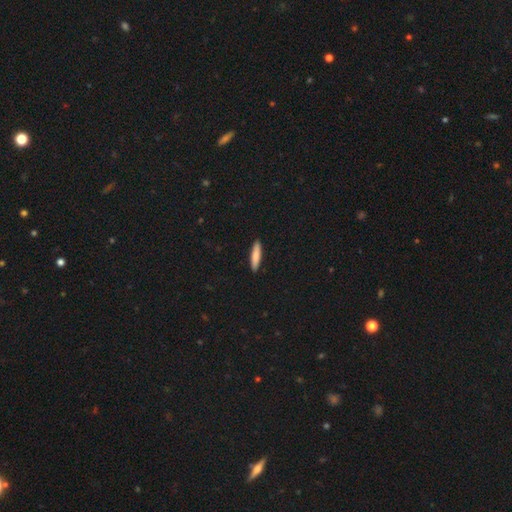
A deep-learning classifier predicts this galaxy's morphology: This appears to be a smooth galaxy with no disk features (82%) that is cigar-shaped (84%). Merging: none (91%).